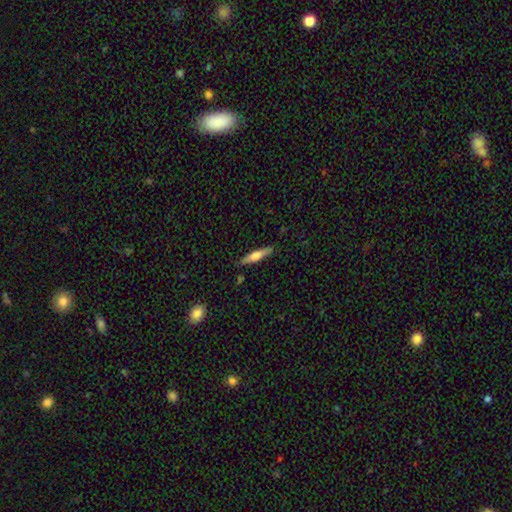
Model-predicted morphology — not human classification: Overall: smooth (49%; featured or disk 45%). Merging: none (87%).